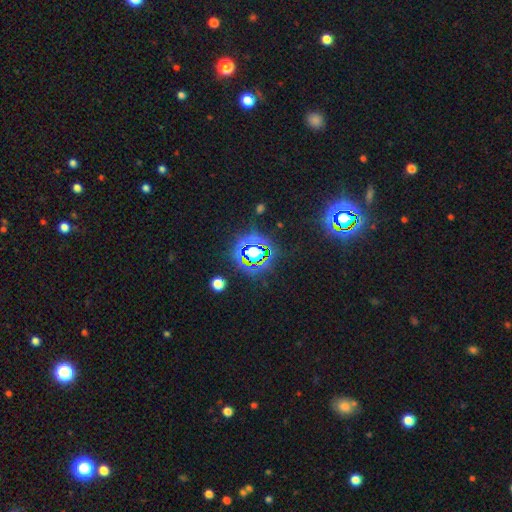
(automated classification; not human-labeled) Overall: star or artifact (80%).